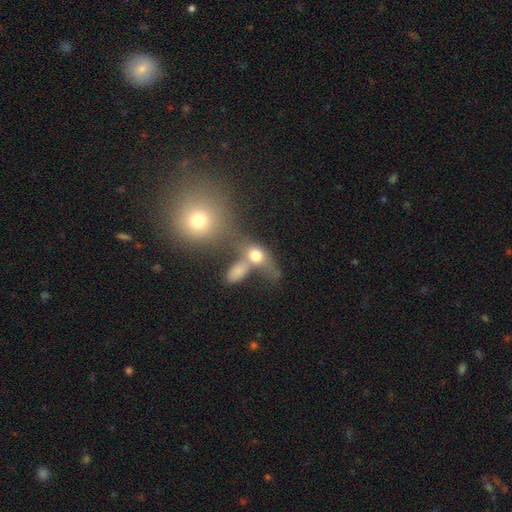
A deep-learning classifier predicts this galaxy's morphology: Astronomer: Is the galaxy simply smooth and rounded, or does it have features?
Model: smooth — 65%.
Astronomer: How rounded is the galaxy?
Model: in between — 56% (runner-up: round, 36%).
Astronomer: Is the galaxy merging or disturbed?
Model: merger — 50% (runner-up: none, 27%).